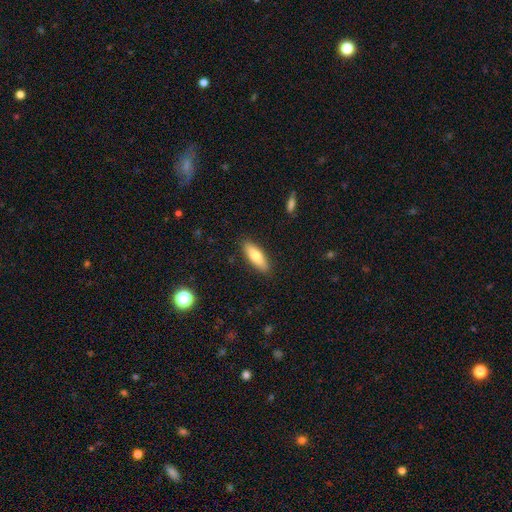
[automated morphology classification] Smooth or featured: smooth — 74% (featured or disk — 20%)
How rounded: in between — 56% (cigar-shaped — 42%)
Merging: none — 88% (minor disturbance — 9%)